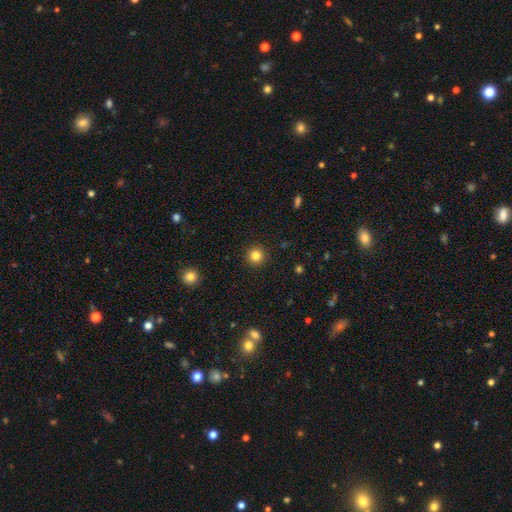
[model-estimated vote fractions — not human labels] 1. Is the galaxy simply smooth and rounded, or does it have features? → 83% smooth, 12% star or artifact, 5% featured or disk.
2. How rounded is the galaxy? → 95% round, 4% in between, 1% cigar-shaped.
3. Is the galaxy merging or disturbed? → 92% none, 5% minor disturbance, 2% major disturbance, 1% merger.